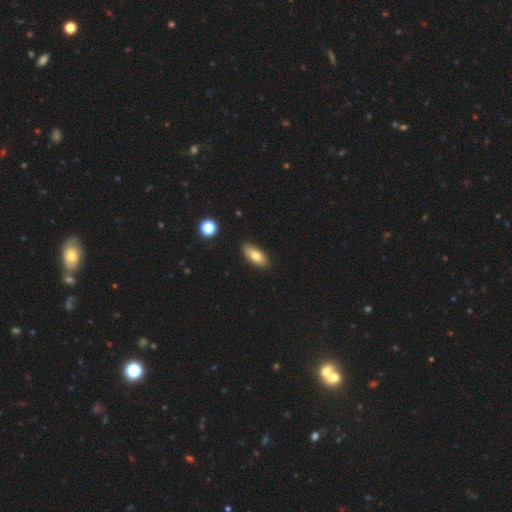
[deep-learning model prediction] Smooth or featured?
  - smooth: 76% *
  - featured or disk: 17%
  - star or artifact: 8%
How rounded?
  - in between: 81% *
  - cigar-shaped: 16%
  - round: 3%
Merging?
  - none: 86% *
  - minor disturbance: 11%
  - major disturbance: 2%
  - merger: 2%